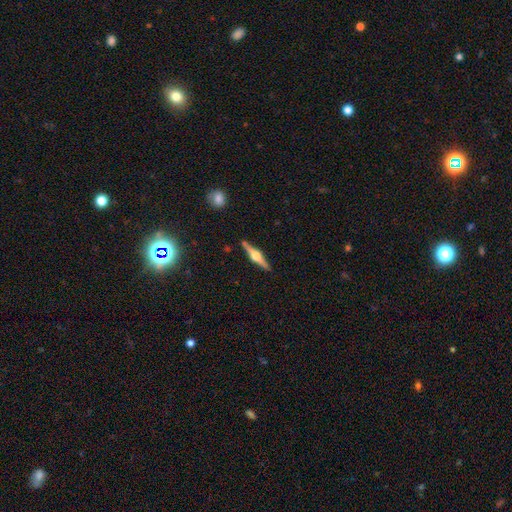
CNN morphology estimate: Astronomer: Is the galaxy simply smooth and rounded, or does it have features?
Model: featured or disk — 80%.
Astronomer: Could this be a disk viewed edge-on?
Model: yes — 98%.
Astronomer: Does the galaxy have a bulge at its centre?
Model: rounded — 94%.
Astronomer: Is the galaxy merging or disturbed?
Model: none — 90%.